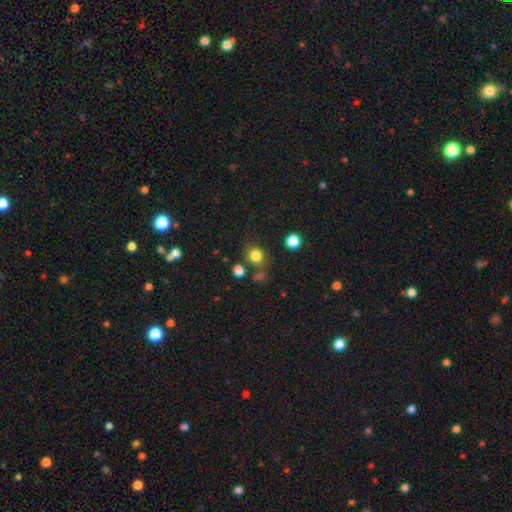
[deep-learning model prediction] smooth 81%, star or artifact 13%, featured or disk 6%. Down the decision tree: how rounded — round (79%); merging — none (73%).